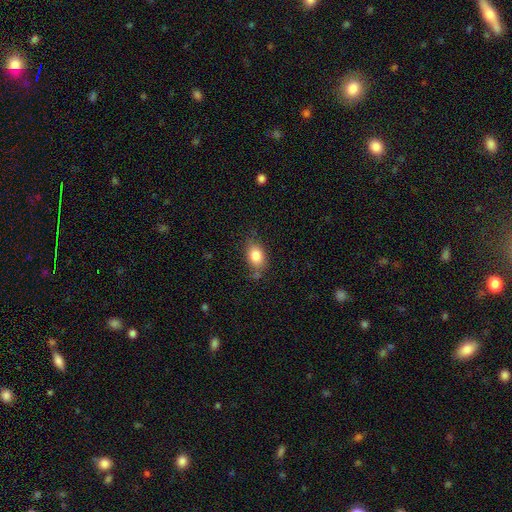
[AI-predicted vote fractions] Smooth or featured: smooth — 83% (featured or disk — 9%)
How rounded: in between — 78% (round — 20%)
Merging: none — 67% (minor disturbance — 23%)